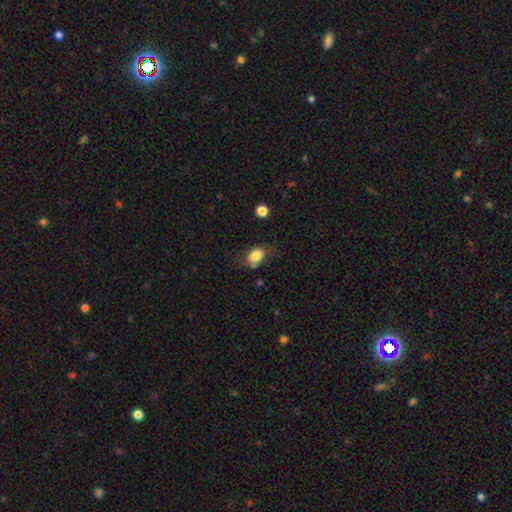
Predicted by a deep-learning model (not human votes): A smooth galaxy with no disk features (81%) that is in between round and cigar-shaped (73%). Merging: none (60%).